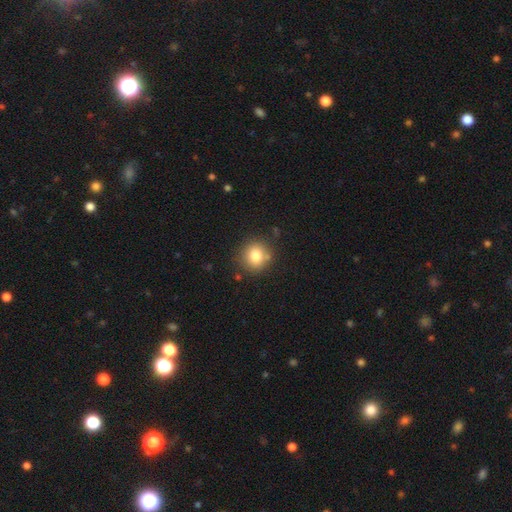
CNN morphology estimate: Smooth or featured?
  - smooth: 80% *
  - star or artifact: 11%
  - featured or disk: 9%
How rounded?
  - round: 87% *
  - in between: 12%
  - cigar-shaped: 1%
Merging?
  - none: 80% *
  - minor disturbance: 11%
  - merger: 5%
  - major disturbance: 3%